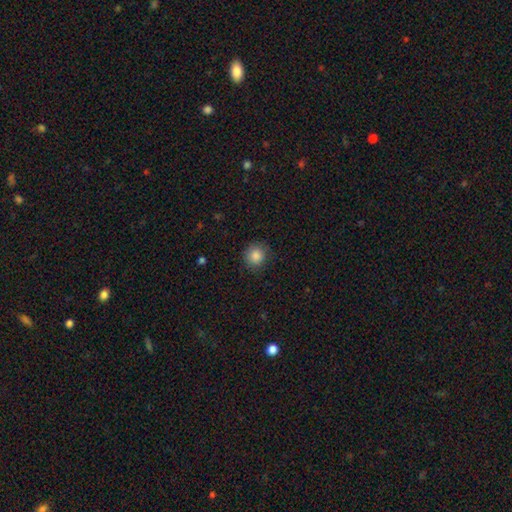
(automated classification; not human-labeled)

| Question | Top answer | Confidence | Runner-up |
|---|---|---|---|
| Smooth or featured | smooth | 85% | star or artifact (10%) |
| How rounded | round | 91% | in between (8%) |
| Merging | none | 85% | minor disturbance (11%) |